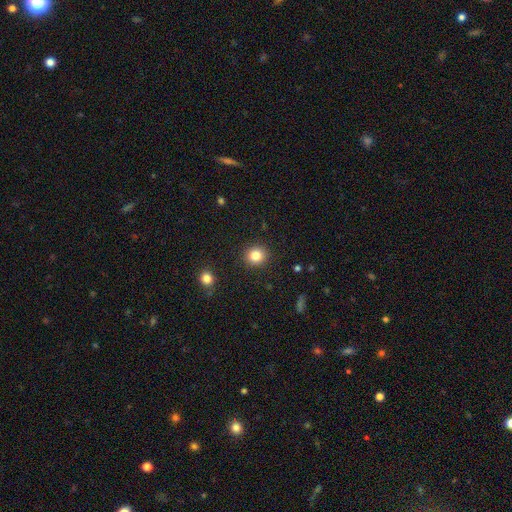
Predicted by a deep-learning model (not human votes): A smooth galaxy with no disk features (83%) that is round (90%).

Vote fractions:
- Smooth or featured? smooth: 83% / star or artifact: 11% / featured or disk: 6%
- How rounded? round: 90% / in between: 9% / cigar-shaped: 1%
- Merging? none: 91% / minor disturbance: 5% / major disturbance: 2% / merger: 1%